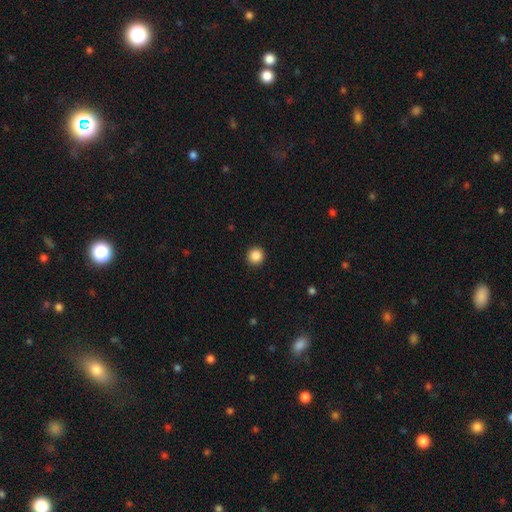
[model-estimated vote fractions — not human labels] Q: Smooth or featured?
A: smooth (87%); runner-up: star or artifact (10%)
Q: How rounded?
A: round (94%); runner-up: in between (5%)
Q: Merging?
A: none (93%); runner-up: minor disturbance (5%)